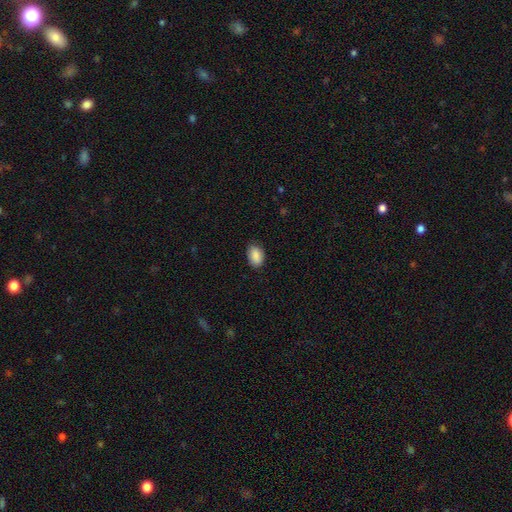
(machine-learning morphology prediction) Q: Smooth or featured?
A: smooth (89%); runner-up: star or artifact (7%)
Q: How rounded?
A: in between (88%); runner-up: round (11%)
Q: Merging?
A: none (83%); runner-up: minor disturbance (14%)